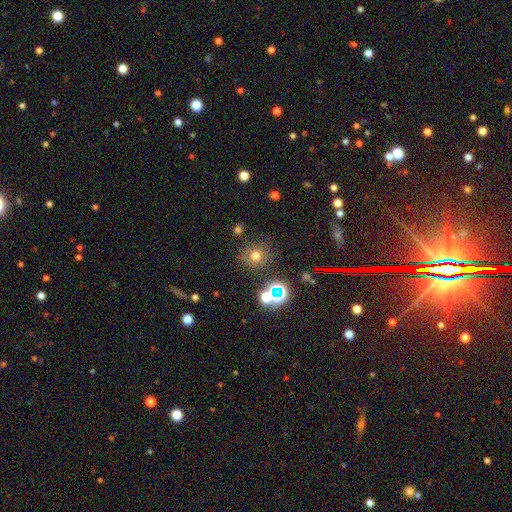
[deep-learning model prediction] Smooth or featured: smooth — 67% (star or artifact — 24%)
How rounded: round — 86% (in between — 13%)
Merging: none — 80% (minor disturbance — 10%)